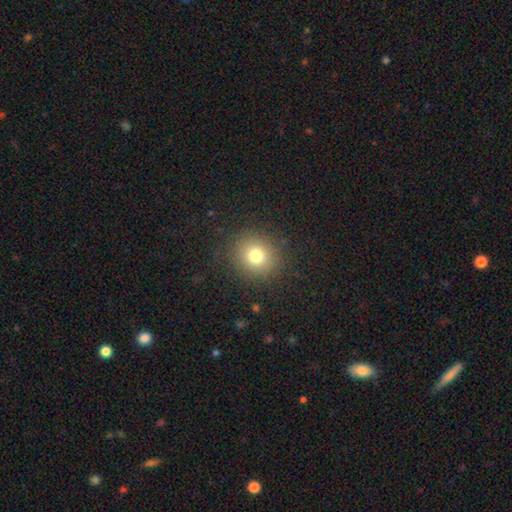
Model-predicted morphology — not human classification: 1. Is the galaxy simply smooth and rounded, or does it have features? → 76% smooth, 14% star or artifact, 10% featured or disk.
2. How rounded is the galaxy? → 88% round, 11% in between, 1% cigar-shaped.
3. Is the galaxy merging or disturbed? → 88% none, 7% minor disturbance, 4% major disturbance, 1% merger.